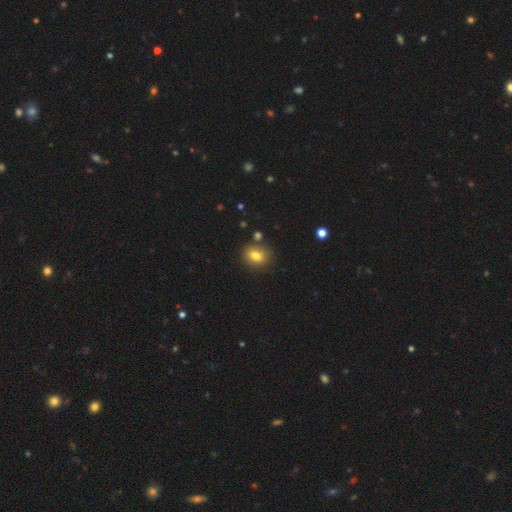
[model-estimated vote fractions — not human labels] smooth 79%, star or artifact 11%, featured or disk 10%. Down the decision tree: how rounded — in between (56%); merging — none (80%).